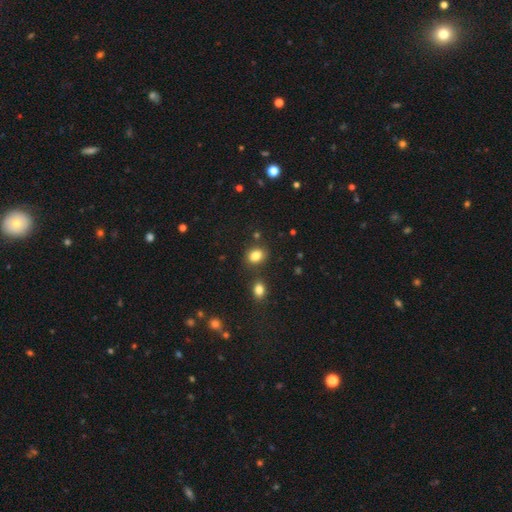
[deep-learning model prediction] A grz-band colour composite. It shows a smooth galaxy with no disk features (83%) that is in between round and cigar-shaped (56%). Merging: none (76%).